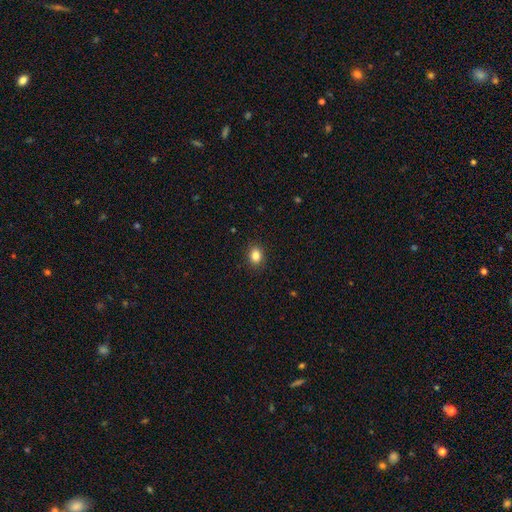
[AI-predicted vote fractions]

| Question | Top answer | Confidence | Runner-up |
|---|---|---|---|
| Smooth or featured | smooth | 85% | star or artifact (10%) |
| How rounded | in between | 51% | round (48%) |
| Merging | none | 90% | minor disturbance (7%) |